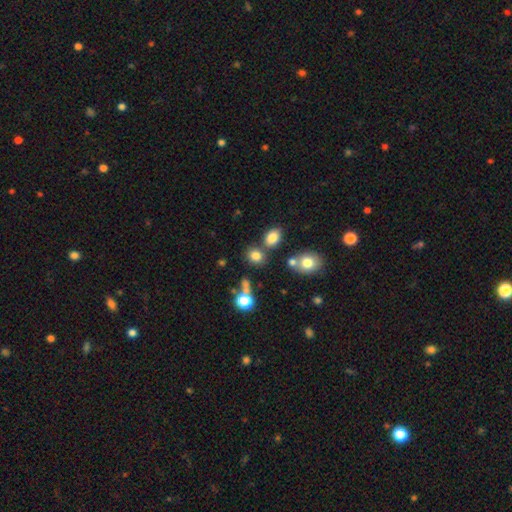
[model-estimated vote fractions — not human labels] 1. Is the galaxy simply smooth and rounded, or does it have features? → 78% smooth, 15% star or artifact, 7% featured or disk.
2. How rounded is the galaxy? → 61% round, 38% in between, 1% cigar-shaped.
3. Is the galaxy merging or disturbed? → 68% none, 17% merger, 11% minor disturbance, 4% major disturbance.